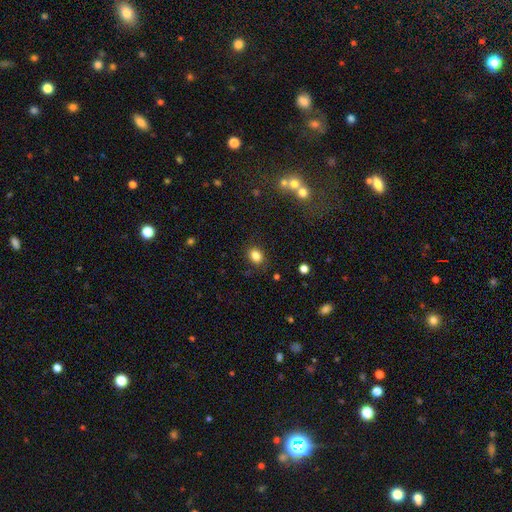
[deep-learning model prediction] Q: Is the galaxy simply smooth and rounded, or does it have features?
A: smooth — 84%.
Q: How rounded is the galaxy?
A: in between — 52%.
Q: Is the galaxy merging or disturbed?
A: none — 85%.